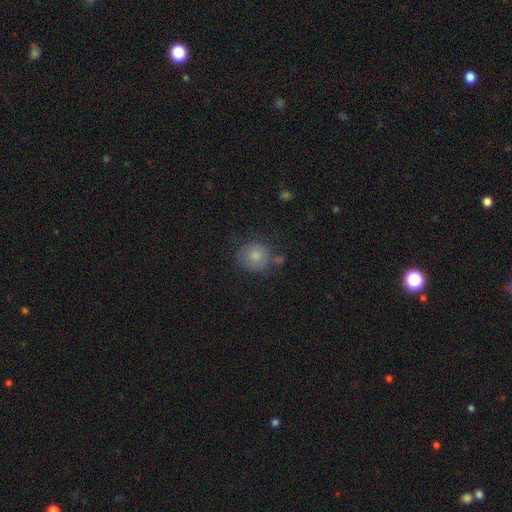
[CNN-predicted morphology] Smooth or featured? smooth (78%)
How rounded? round (86%)
Merging? none (65%)